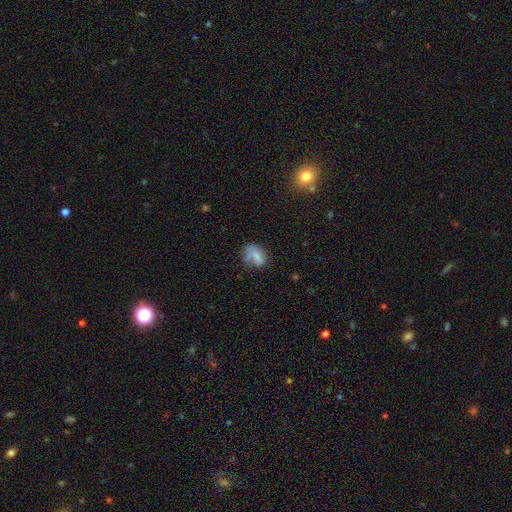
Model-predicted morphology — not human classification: A smooth galaxy with no disk features (64%) that is in between round and cigar-shaped (78%). Merging: none (42%).